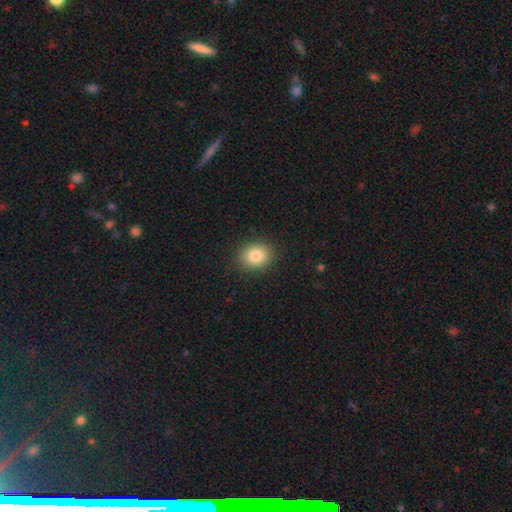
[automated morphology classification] A smooth galaxy with no disk features (83%) that is round (62%).

Vote fractions:
- Smooth or featured? smooth: 83% / star or artifact: 10% / featured or disk: 7%
- How rounded? round: 62% / in between: 37% / cigar-shaped: 1%
- Merging? none: 89% / minor disturbance: 8% / major disturbance: 2% / merger: 1%